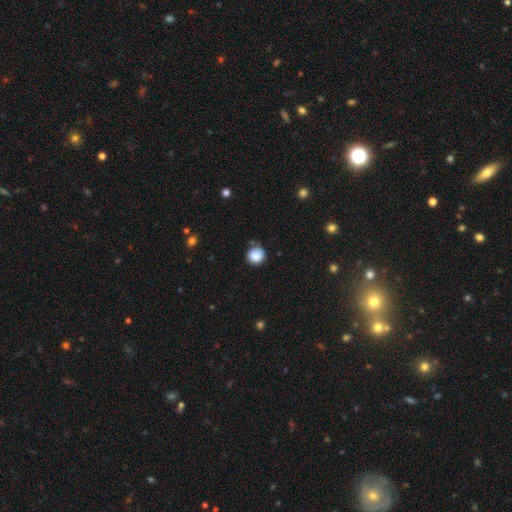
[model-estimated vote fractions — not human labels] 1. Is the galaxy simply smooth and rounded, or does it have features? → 86% smooth, 9% star or artifact, 5% featured or disk.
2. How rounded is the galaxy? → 89% round, 10% in between, 1% cigar-shaped.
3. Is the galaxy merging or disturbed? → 69% none, 22% minor disturbance, 5% major disturbance, 4% merger.